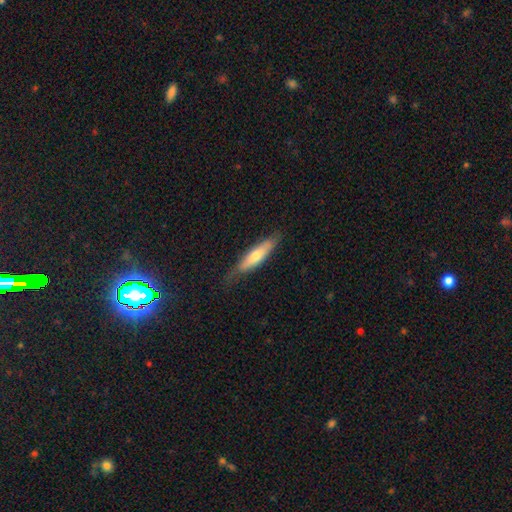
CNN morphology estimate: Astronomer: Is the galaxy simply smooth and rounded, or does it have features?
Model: smooth — 58% (runner-up: featured or disk, 35%).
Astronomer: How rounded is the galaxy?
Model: cigar-shaped — 77%.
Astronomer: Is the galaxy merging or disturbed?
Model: none — 76%.